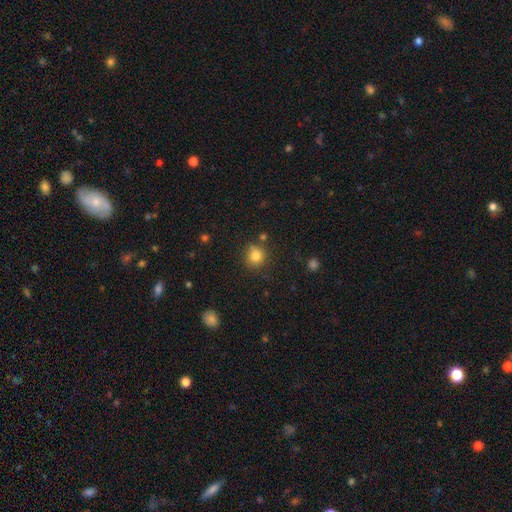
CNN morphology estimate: type=smooth (82%); roundness=round (86%); merging=none (74%).